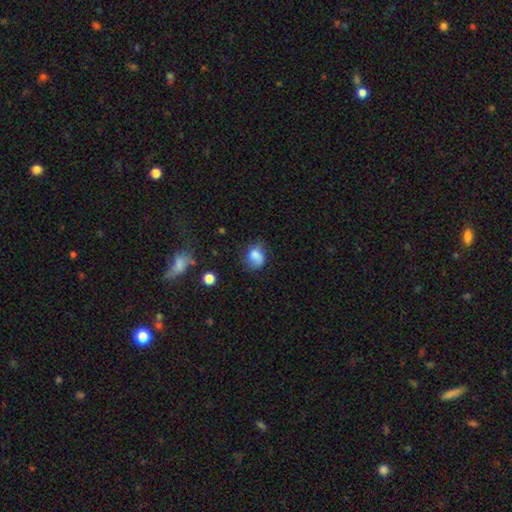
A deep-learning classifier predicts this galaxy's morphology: Smooth or featured: smooth — 78% (featured or disk — 12%)
How rounded: round — 61% (in between — 38%)
Merging: none — 52% (minor disturbance — 32%)